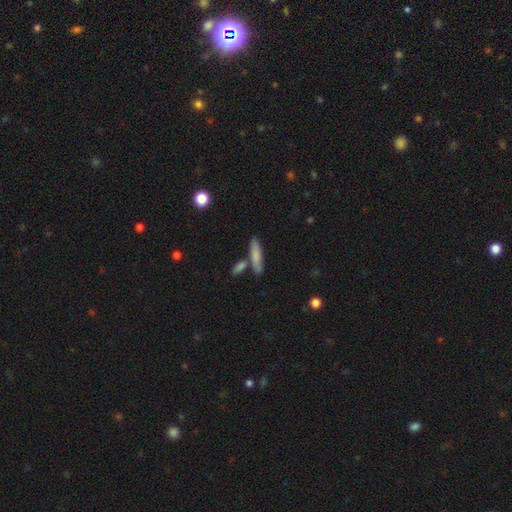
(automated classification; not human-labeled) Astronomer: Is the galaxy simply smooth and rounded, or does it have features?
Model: smooth — 77%.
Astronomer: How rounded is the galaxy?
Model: cigar-shaped — 73%.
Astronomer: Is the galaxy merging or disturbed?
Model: none — 71%.